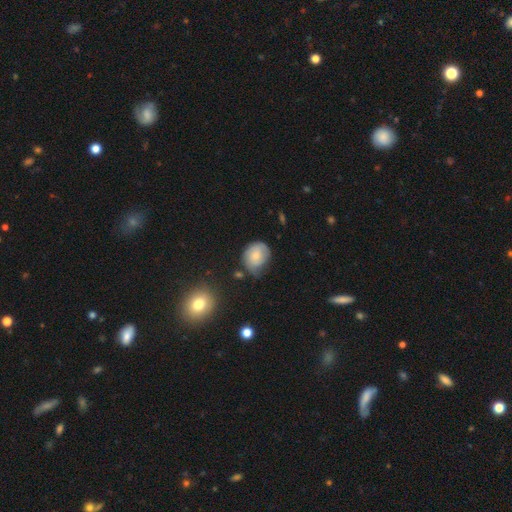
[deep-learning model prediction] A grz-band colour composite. It shows a smooth galaxy with no disk features (63%) that is round (58%). Merging: none (47%).